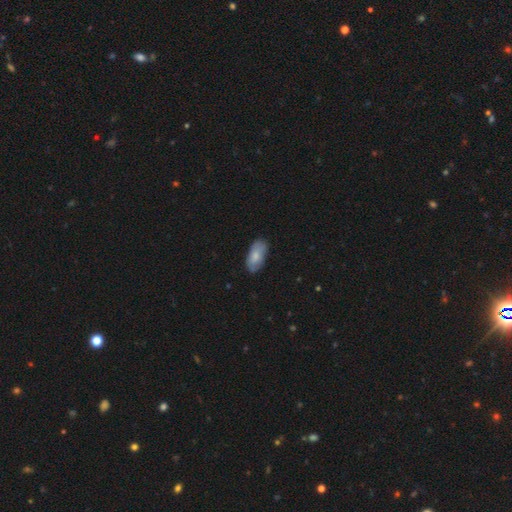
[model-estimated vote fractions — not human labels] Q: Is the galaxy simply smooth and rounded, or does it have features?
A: smooth — 76%.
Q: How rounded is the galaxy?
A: in between — 93%.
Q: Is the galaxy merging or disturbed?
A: none — 79%.